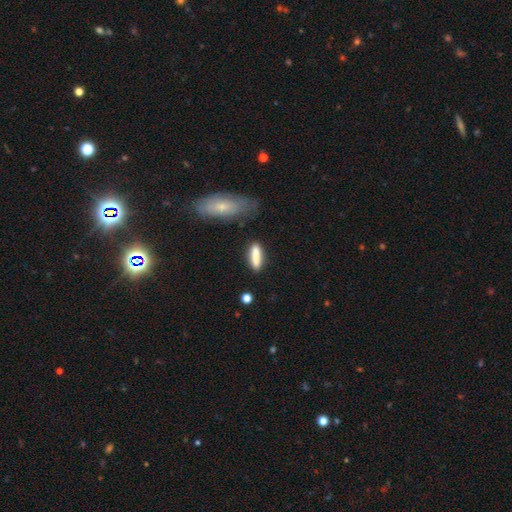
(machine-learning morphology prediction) smooth 81%, featured or disk 13%, star or artifact 6%. Down the decision tree: how rounded — cigar-shaped (68%); merging — none (78%).